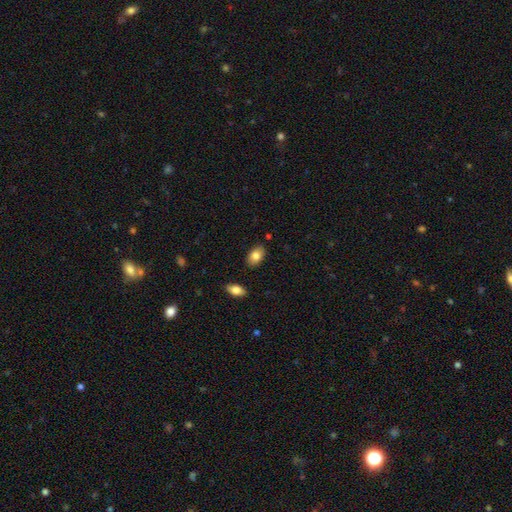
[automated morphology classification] A smooth galaxy with no disk features (83%) that is in between round and cigar-shaped (88%). Merging: none (84%).